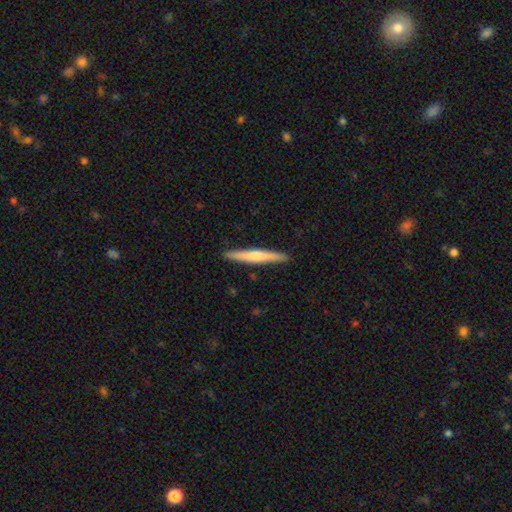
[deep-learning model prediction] This is possibly a smooth galaxy (51%). How rounded: clearly cigar-shaped (96%). Merging: clearly none (91%).